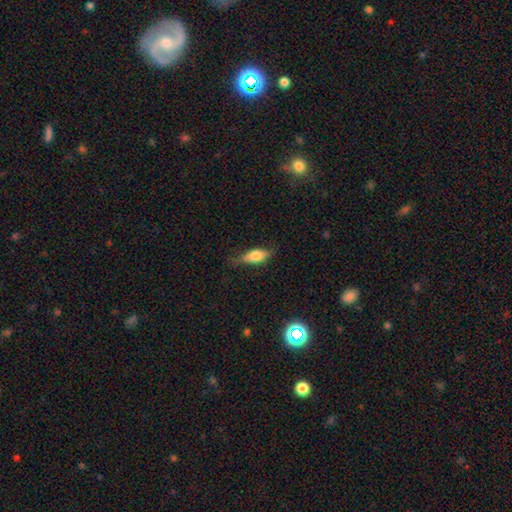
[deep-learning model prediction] This is likely a smooth galaxy (74%). How rounded: likely in between (78%). Merging: likely none (60%).